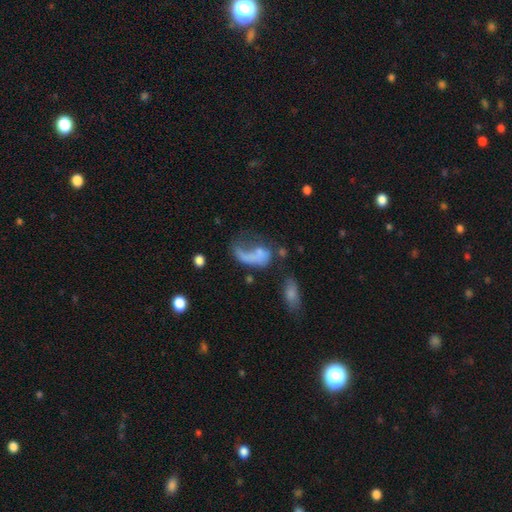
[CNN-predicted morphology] smooth 49%, featured or disk 40%, star or artifact 11%. Down the decision tree: merging — major disturbance (49%).